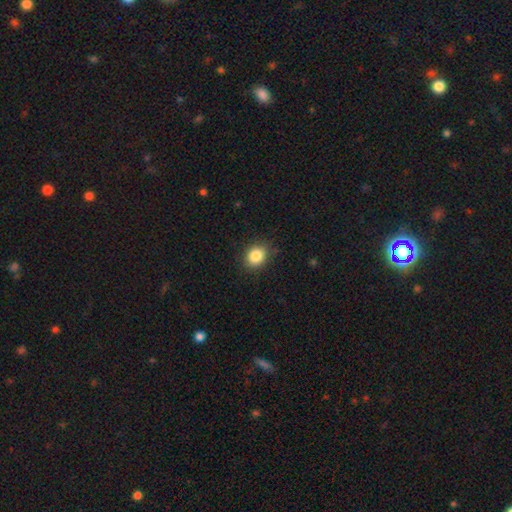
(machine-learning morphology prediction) Smooth or featured? Predicted: smooth (p=0.85). How rounded? Predicted: round (p=0.58). Merging? Predicted: none (p=0.84).